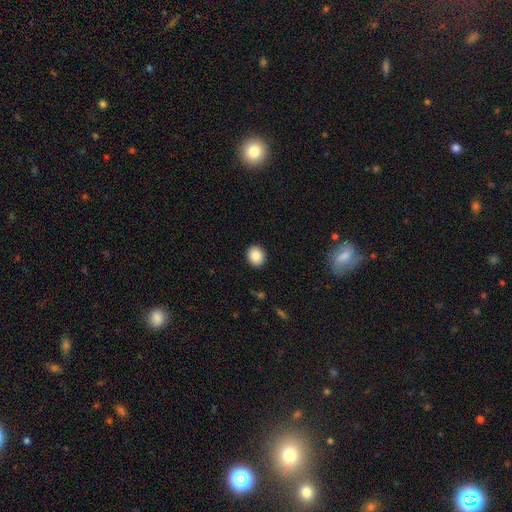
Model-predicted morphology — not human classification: This appears to be a smooth galaxy with no disk features (87%) that is round (72%). Merging: none (91%).